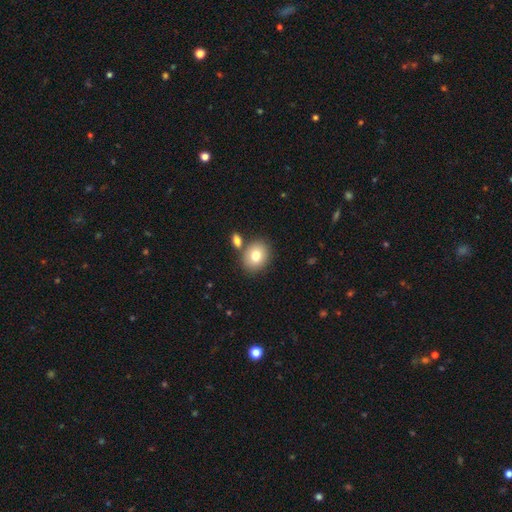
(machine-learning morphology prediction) A smooth galaxy with no disk features (79%) that is round (52%).

Vote fractions:
- Smooth or featured? smooth: 79% / featured or disk: 12% / star or artifact: 9%
- How rounded? round: 52% / in between: 47% / cigar-shaped: 1%
- Merging? none: 73% / merger: 15% / minor disturbance: 10% / major disturbance: 3%